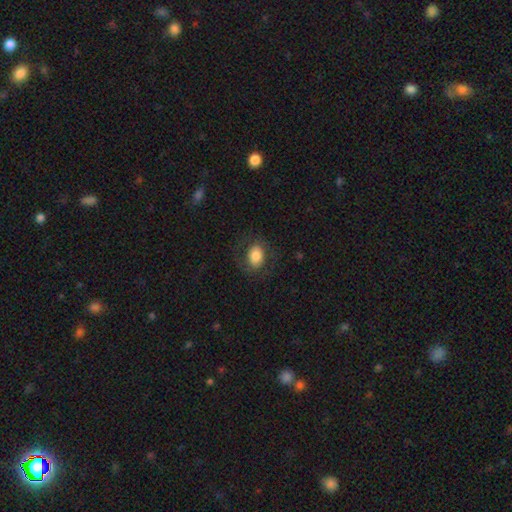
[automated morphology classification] Smooth or featured? Predicted: smooth (p=0.76). How rounded? Predicted: in between (p=0.66). Merging? Predicted: none (p=0.74).